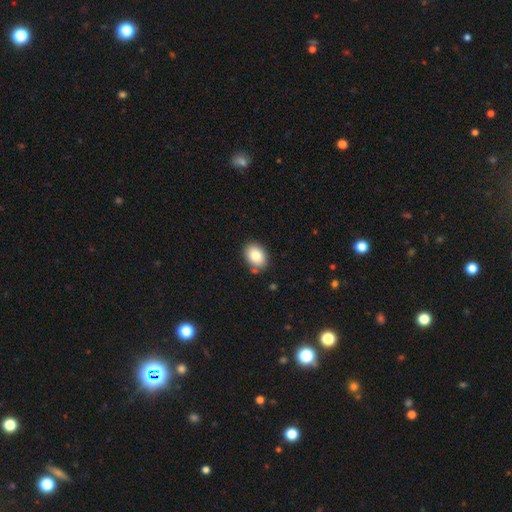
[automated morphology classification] type=smooth (84%); roundness=in between (75%); merging=none (83%).